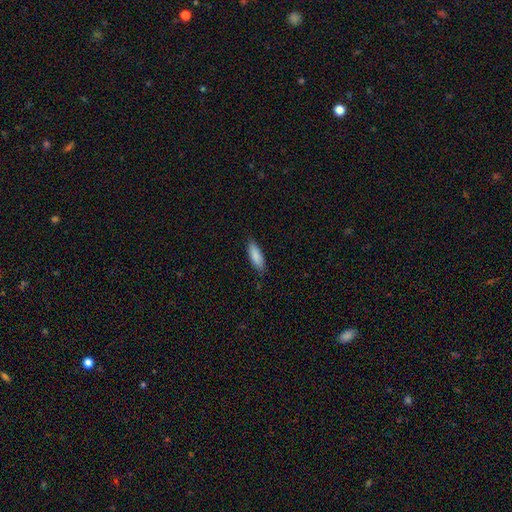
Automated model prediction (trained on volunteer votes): smooth-or-featured: smooth: 87% | featured or disk: 7% | star or artifact: 6%
  how-rounded: in between: 55% | cigar-shaped: 43% | round: 1%
  merging: none: 85% | minor disturbance: 12% | major disturbance: 2% | merger: 1%